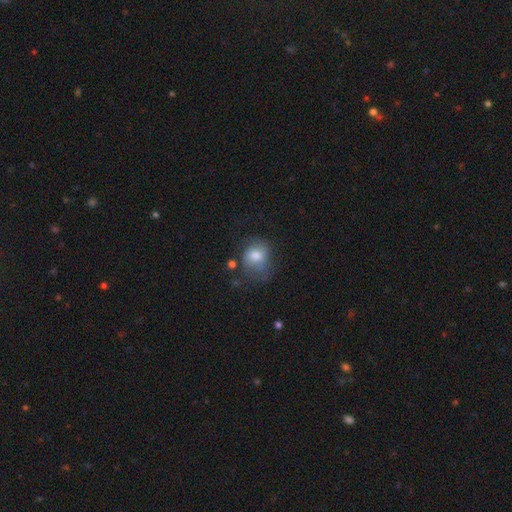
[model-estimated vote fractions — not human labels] Overall: smooth (70%). How rounded: round (62%; in between 37%). Merging: none (44%; minor disturbance 29%).